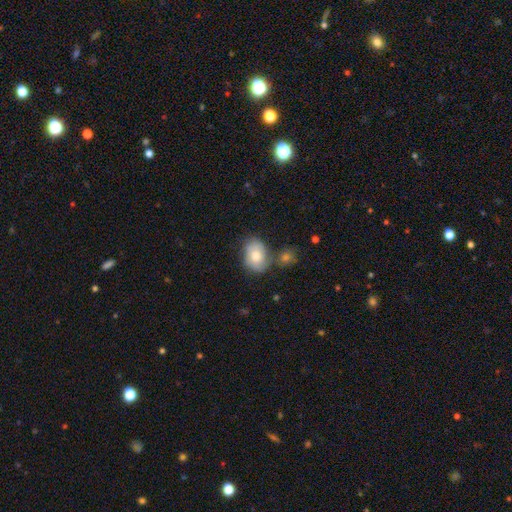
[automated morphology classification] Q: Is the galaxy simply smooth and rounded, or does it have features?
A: smooth — 74%.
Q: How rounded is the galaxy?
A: in between — 78%.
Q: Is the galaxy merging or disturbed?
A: none — 53%.